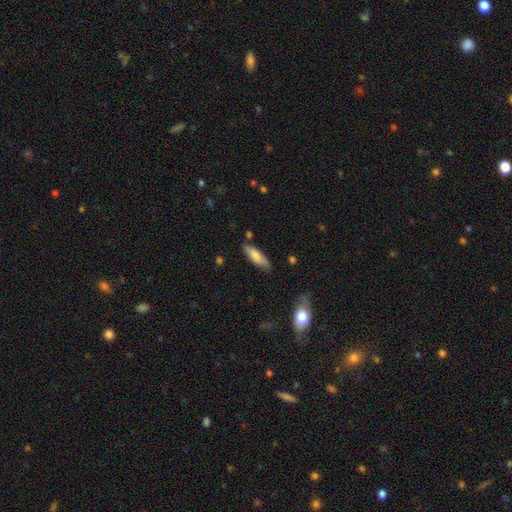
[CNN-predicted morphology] smooth-or-featured: smooth: 79% | featured or disk: 15% | star or artifact: 6%
  how-rounded: in between: 51% | cigar-shaped: 47% | round: 2%
  merging: none: 79% | minor disturbance: 16% | major disturbance: 3% | merger: 2%